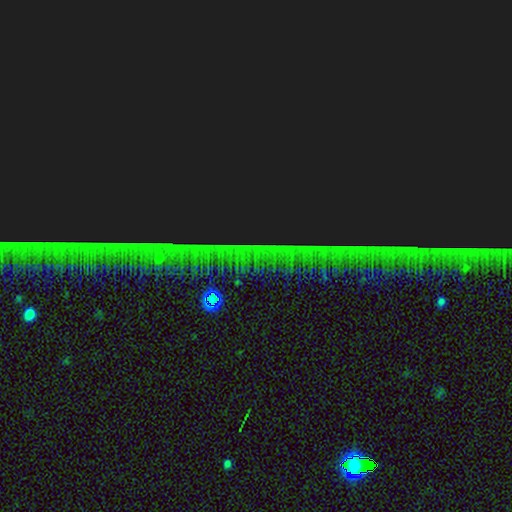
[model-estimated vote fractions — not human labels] A star or artifact, not a galaxy (87%).